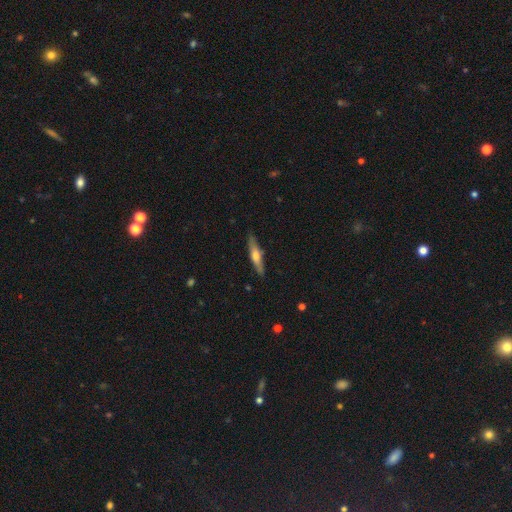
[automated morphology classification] Q: Smooth or featured?
A: featured or disk (51%); runner-up: smooth (43%)
Q: Edge-on disk?
A: yes (92%); runner-up: no (8%)
Q: Merging?
A: none (87%); runner-up: minor disturbance (10%)